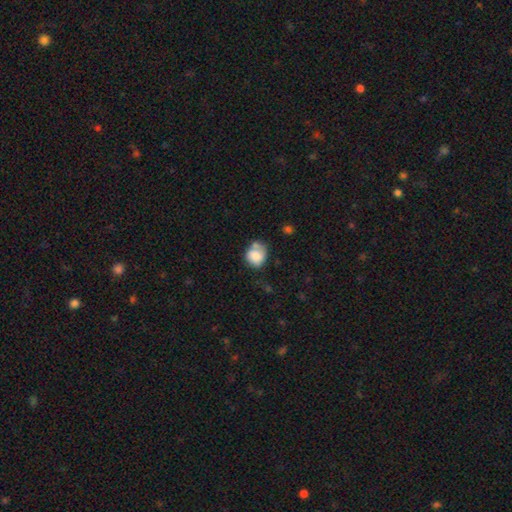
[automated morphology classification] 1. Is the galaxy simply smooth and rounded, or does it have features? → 80% smooth, 12% featured or disk, 8% star or artifact.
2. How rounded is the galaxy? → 69% round, 30% in between, 1% cigar-shaped.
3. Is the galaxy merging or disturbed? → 42% none, 25% minor disturbance, 24% merger, 9% major disturbance.